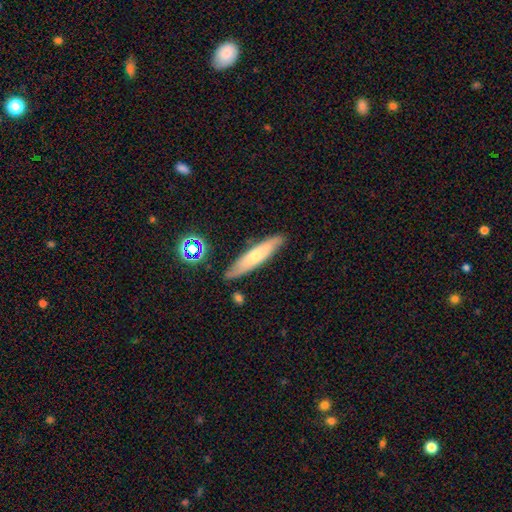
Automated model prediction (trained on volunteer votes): Morphology: type=smooth (57%); roundness=cigar-shaped (83%); merging=none (83%).